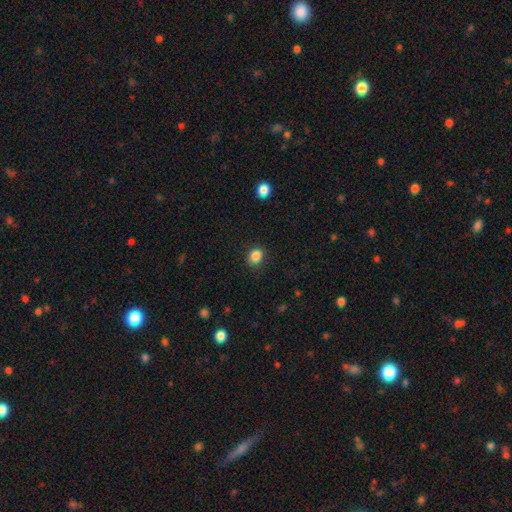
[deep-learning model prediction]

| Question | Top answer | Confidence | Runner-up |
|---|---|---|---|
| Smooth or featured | smooth | 86% | star or artifact (11%) |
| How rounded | round | 55% | in between (44%) |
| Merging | none | 86% | minor disturbance (10%) |